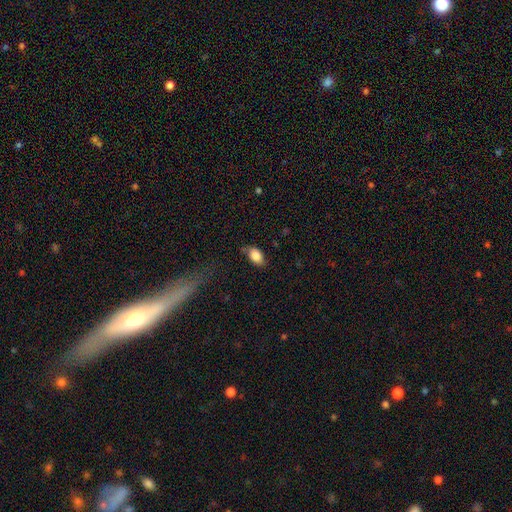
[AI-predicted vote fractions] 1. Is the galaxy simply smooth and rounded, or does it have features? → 82% smooth, 11% featured or disk, 7% star or artifact.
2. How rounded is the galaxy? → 89% in between, 9% round, 2% cigar-shaped.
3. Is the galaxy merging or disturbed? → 71% none, 22% minor disturbance, 5% major disturbance, 2% merger.